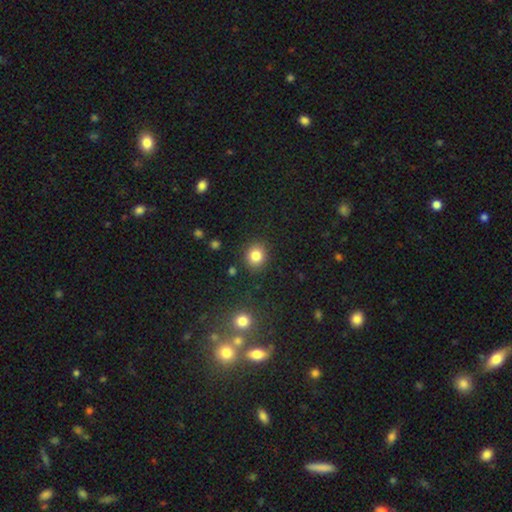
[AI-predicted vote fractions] Smooth or featured?
  - smooth: 83% *
  - star or artifact: 11%
  - featured or disk: 6%
How rounded?
  - round: 78% *
  - in between: 21%
  - cigar-shaped: 1%
Merging?
  - none: 88% *
  - minor disturbance: 8%
  - major disturbance: 2%
  - merger: 2%